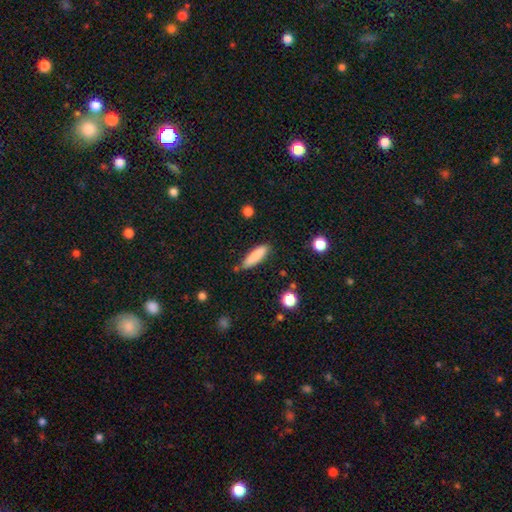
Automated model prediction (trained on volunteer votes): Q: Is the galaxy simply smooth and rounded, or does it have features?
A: smooth — 85%.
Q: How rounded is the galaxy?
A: cigar-shaped — 71%.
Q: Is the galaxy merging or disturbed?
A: none — 81%.